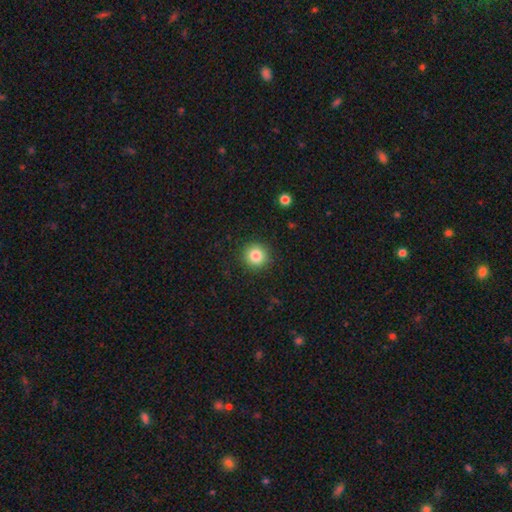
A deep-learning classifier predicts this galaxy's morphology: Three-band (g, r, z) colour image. It shows a smooth galaxy with no disk features (84%) that is round (94%). Merging: none (92%).